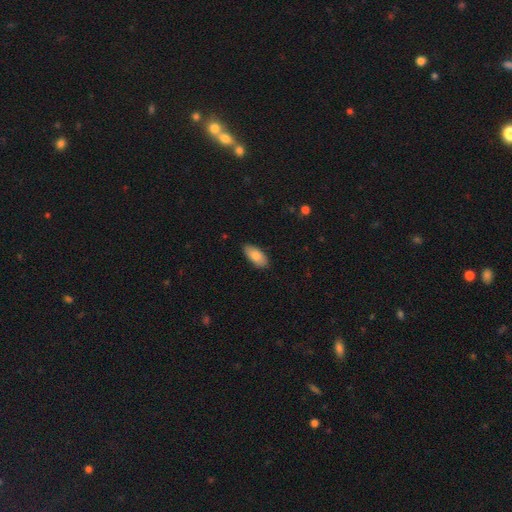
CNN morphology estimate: The model was most divided on "smooth or featured": smooth: 84%, featured or disk: 10%, star or artifact: 6%. More confident: how rounded — in between (90%); merging — none (86%).